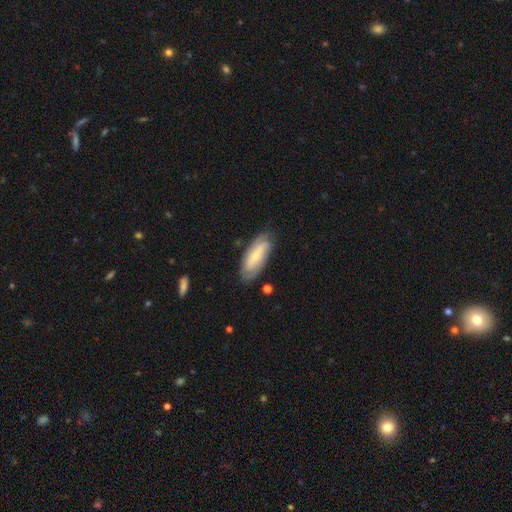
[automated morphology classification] type=featured or disk (53%); edge-on=no (85%); merging=none (77%).